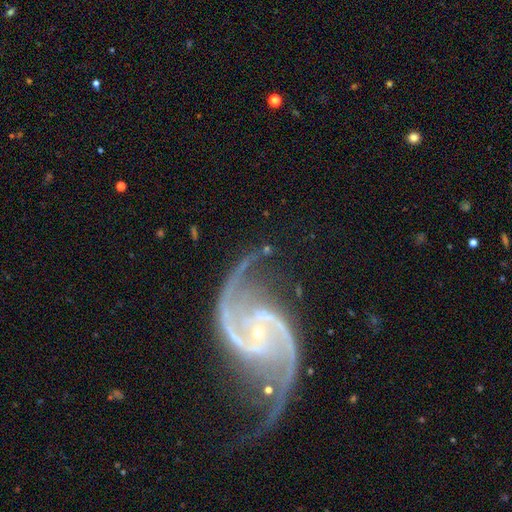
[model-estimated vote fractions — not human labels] Smooth or featured? featured or disk (93%)
Edge-on disk? no (98%)
Bar? no (49%)
Spiral arms? yes (98%)
Spiral winding? medium (47%)
Spiral arm count? 2 (92%)
Bulge size? small (87%)
Merging? none (61%)